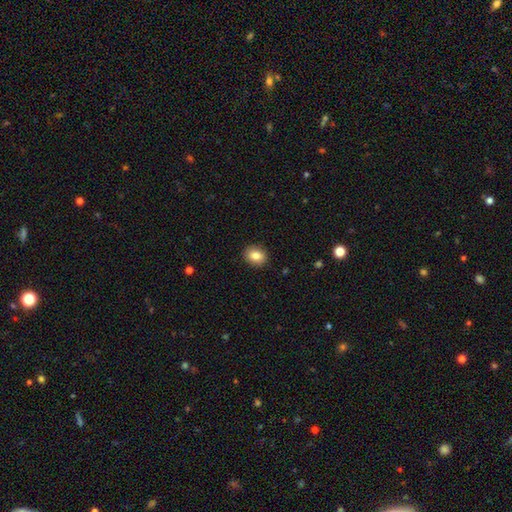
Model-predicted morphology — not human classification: Smooth or featured?
  - smooth: 84% *
  - star or artifact: 9%
  - featured or disk: 7%
How rounded?
  - round: 53% *
  - in between: 46%
  - cigar-shaped: 1%
Merging?
  - none: 90% *
  - minor disturbance: 7%
  - major disturbance: 2%
  - merger: 1%